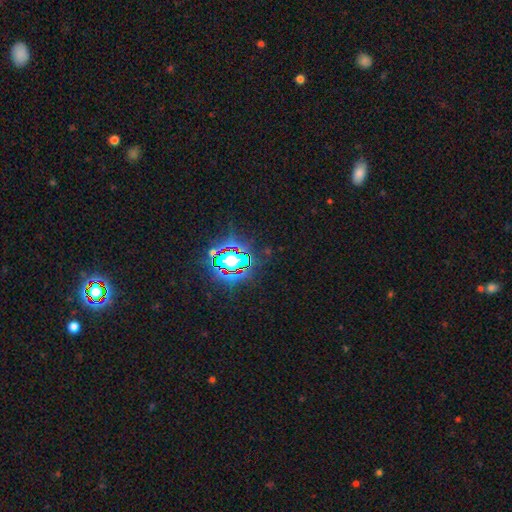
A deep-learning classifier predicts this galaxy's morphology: Q: Smooth or featured?
A: star or artifact (83%); runner-up: smooth (10%)